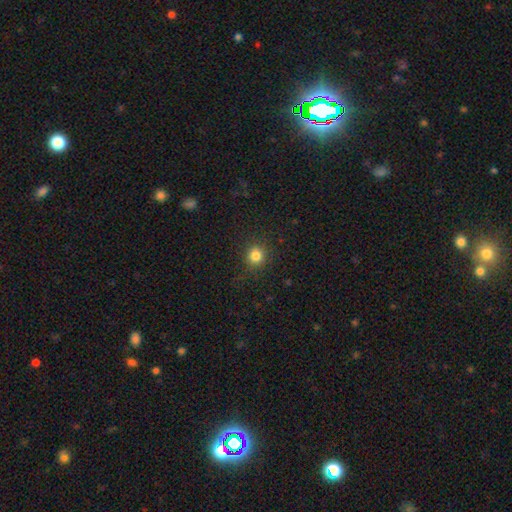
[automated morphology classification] Overall: smooth (82%). How rounded: round (88%). Merging: none (86%).